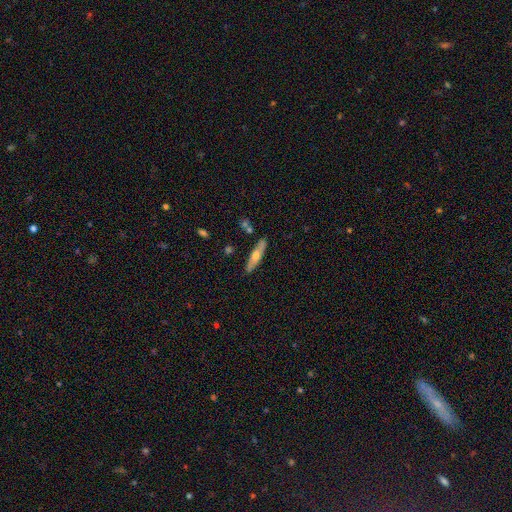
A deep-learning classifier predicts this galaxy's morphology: Smooth or featured? smooth (49%)
Merging? none (85%)